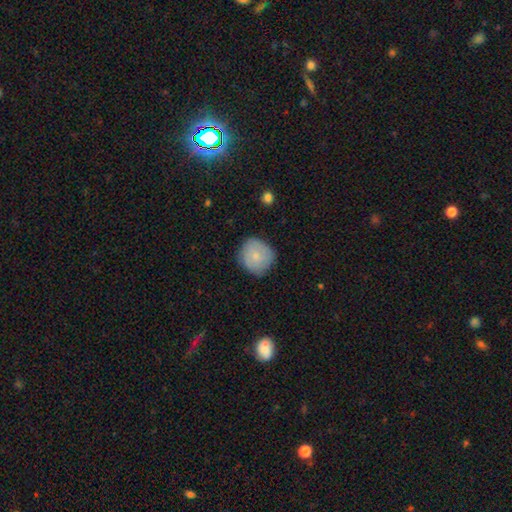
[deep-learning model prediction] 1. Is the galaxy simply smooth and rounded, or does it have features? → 69% smooth, 24% featured or disk, 7% star or artifact.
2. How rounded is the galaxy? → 88% round, 11% in between, 1% cigar-shaped.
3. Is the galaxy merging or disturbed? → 76% none, 19% minor disturbance, 4% major disturbance, 1% merger.